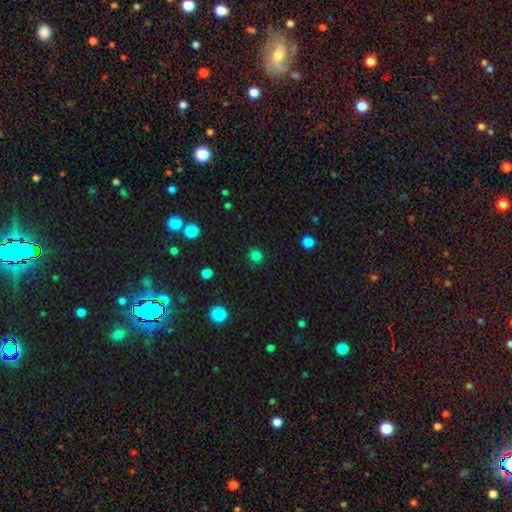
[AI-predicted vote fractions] smooth-or-featured: smooth: 80% | star or artifact: 16% | featured or disk: 4%
  how-rounded: round: 91% | in between: 8% | cigar-shaped: 1%
  merging: none: 87% | minor disturbance: 8% | major disturbance: 3% | merger: 2%